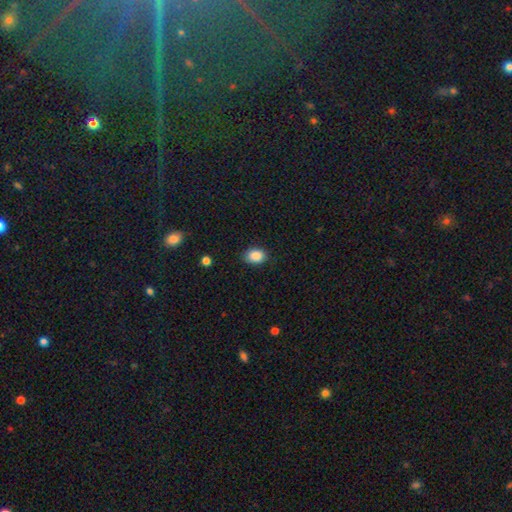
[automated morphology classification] Overall: smooth (88%). How rounded: in between (68%; round 31%). Merging: none (82%).